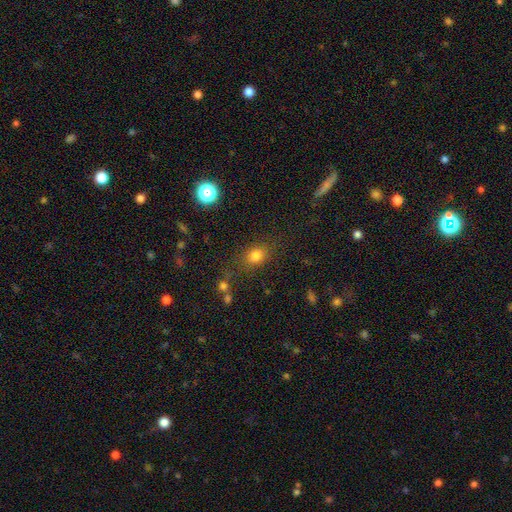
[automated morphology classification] This appears to be a smooth galaxy with no disk features (77%) that is in between round and cigar-shaped (54%). Merging: none (74%).